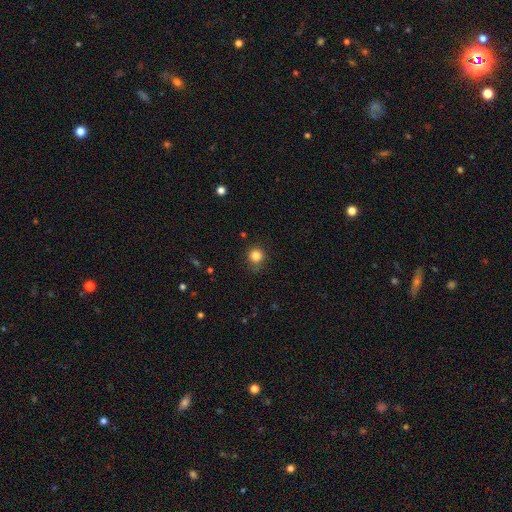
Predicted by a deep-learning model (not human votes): Smooth or featured: smooth — 84% (star or artifact — 12%)
How rounded: round — 92% (in between — 7%)
Merging: none — 80% (minor disturbance — 15%)